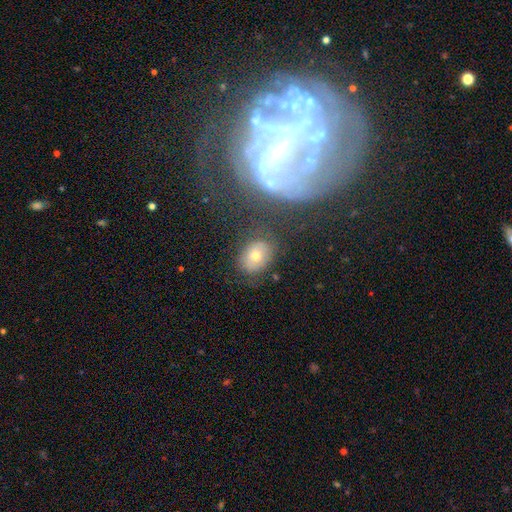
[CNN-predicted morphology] Smooth or featured? Predicted: smooth (p=0.56). How rounded? Predicted: in between (p=0.67). Merging? Predicted: none (p=0.73).